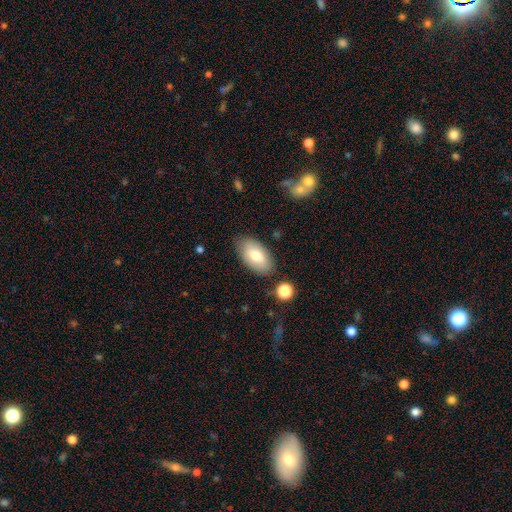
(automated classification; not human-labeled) Overall: smooth (75%). How rounded: in between (94%). Merging: none (81%).